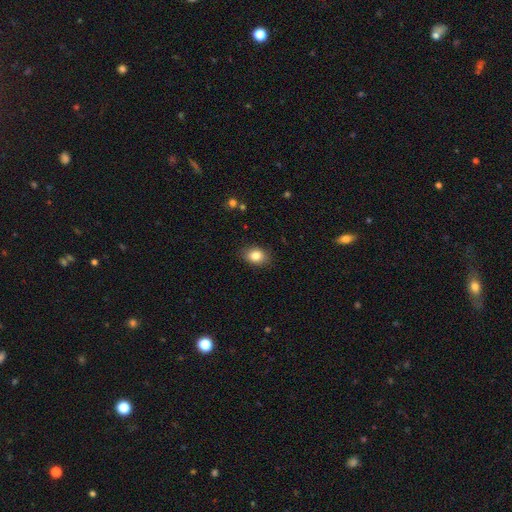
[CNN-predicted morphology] A smooth galaxy with no disk features (84%) that is in between round and cigar-shaped (72%). Merging: none (86%).